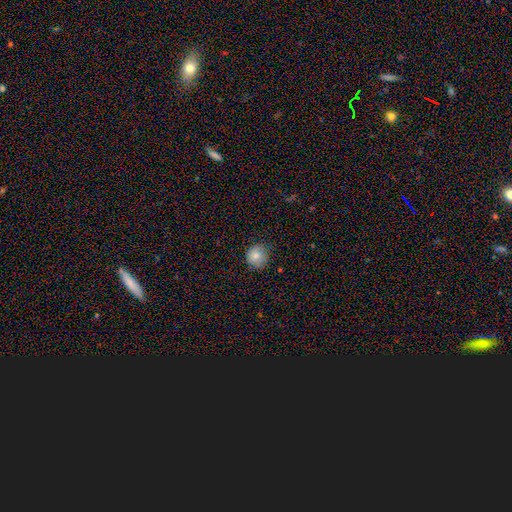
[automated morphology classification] smooth-or-featured: smooth: 82% | star or artifact: 9% | featured or disk: 8%
  how-rounded: round: 90% | in between: 9% | cigar-shaped: 1%
  merging: none: 82% | minor disturbance: 15% | major disturbance: 3% | merger: 1%